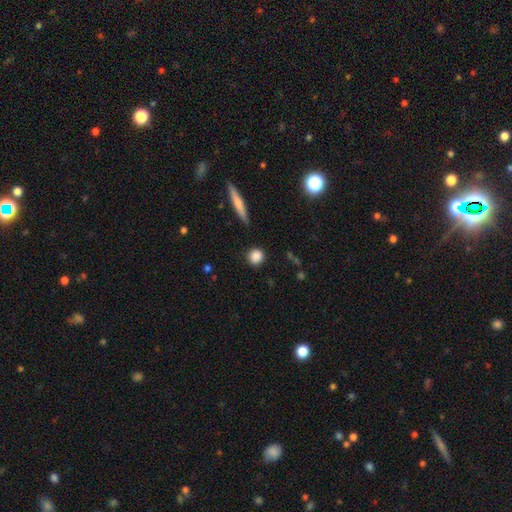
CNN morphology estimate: A smooth galaxy with no disk features (86%) that is round (85%). Merging: none (88%).